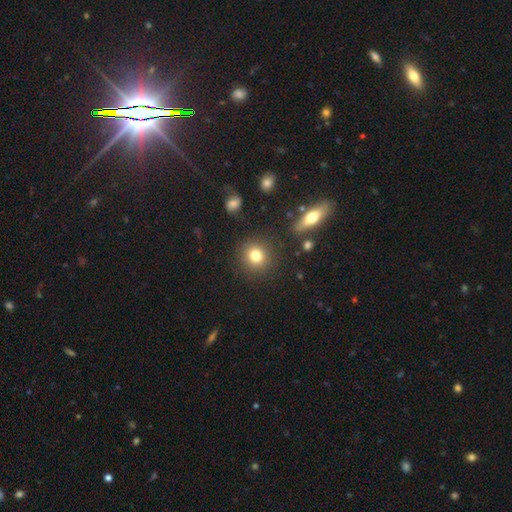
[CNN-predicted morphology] Smooth or featured? Predicted: smooth (p=0.80). How rounded? Predicted: round (p=0.89). Merging? Predicted: none (p=0.87).